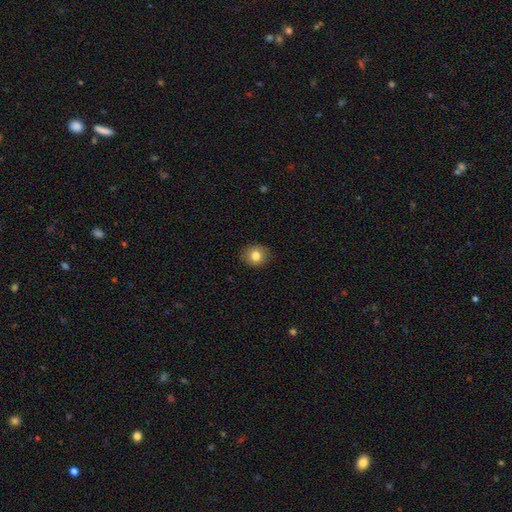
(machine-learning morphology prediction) Overall: smooth (81%). How rounded: round (74%). Merging: none (88%).